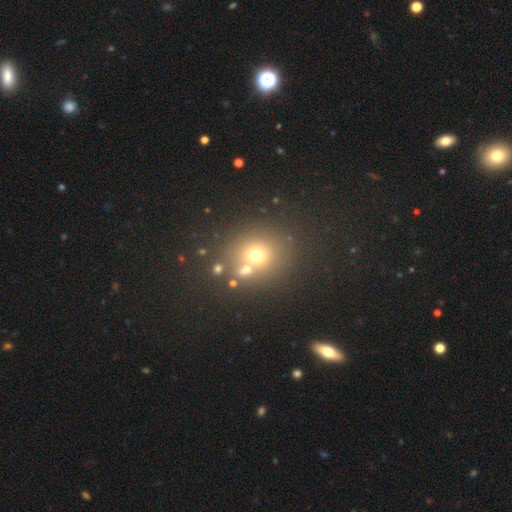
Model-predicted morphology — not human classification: A smooth galaxy with no disk features (63%) that is round (80%).

Vote fractions:
- Smooth or featured? smooth: 63% / star or artifact: 23% / featured or disk: 14%
- How rounded? round: 80% / in between: 19% / cigar-shaped: 1%
- Merging? none: 65% / merger: 21% / minor disturbance: 9% / major disturbance: 4%